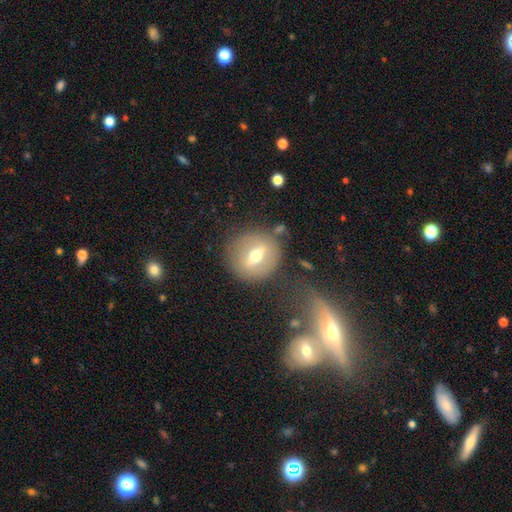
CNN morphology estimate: This appears to be a featured or disk galaxy (54%). Merging: none (79%).